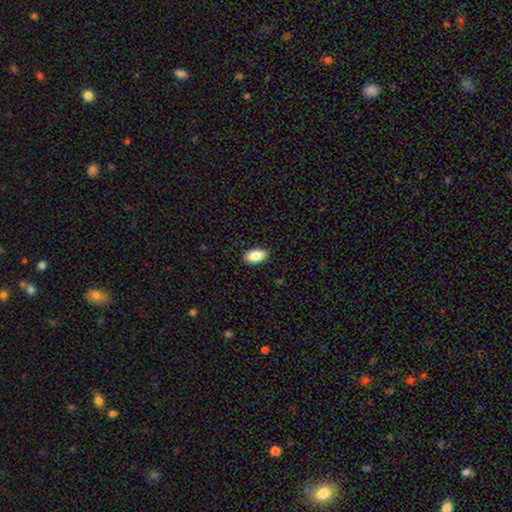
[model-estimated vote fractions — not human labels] Smooth or featured: smooth — 84% (featured or disk — 9%)
How rounded: in between — 94% (round — 4%)
Merging: none — 89% (minor disturbance — 8%)